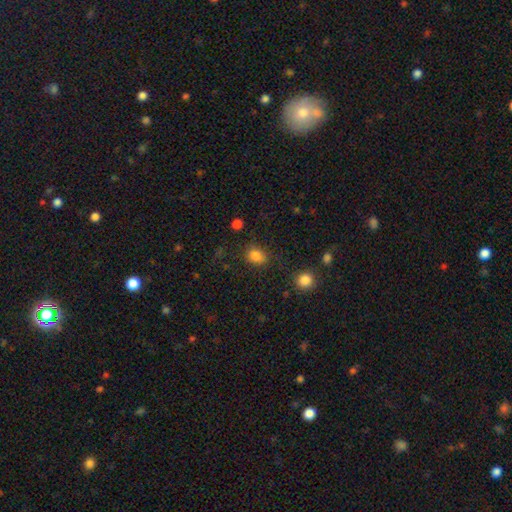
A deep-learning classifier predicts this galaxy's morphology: Smooth or featured: smooth — 83% (star or artifact — 12%)
How rounded: in between — 59% (round — 40%)
Merging: none — 77% (minor disturbance — 15%)